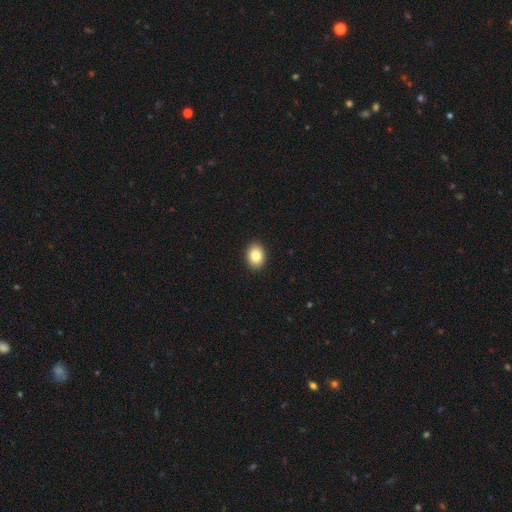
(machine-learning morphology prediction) Smooth or featured? Predicted: smooth (p=0.84). How rounded? Predicted: in between (p=0.69). Merging? Predicted: none (p=0.92).